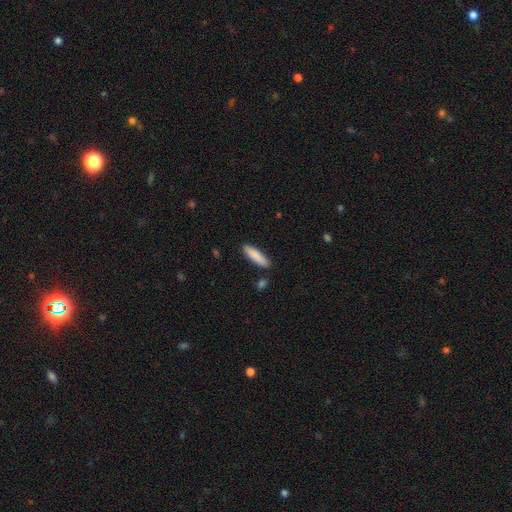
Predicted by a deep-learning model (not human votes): Smooth or featured? Predicted: smooth (p=0.87). How rounded? Predicted: cigar-shaped (p=0.70). Merging? Predicted: none (p=0.88).